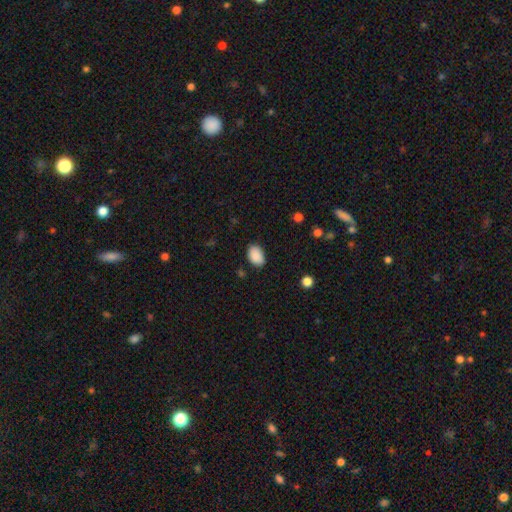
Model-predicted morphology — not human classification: A smooth galaxy with no disk features (89%) that is in between round and cigar-shaped (87%). Merging: none (83%).